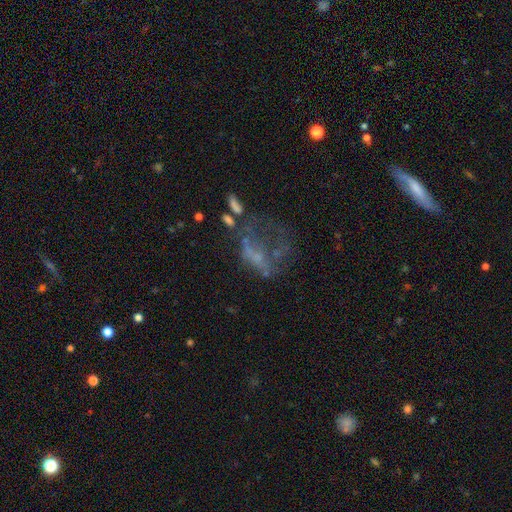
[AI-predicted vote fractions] smooth_or_featured: featured or disk (p=0.51) [alt: smooth p=0.26]
disk_edge_on: no (p=0.95) [alt: yes p=0.05]
merging: major disturbance (p=0.45) [alt: none p=0.27]